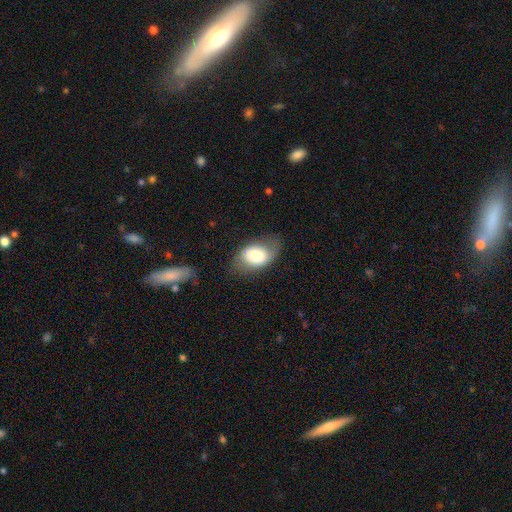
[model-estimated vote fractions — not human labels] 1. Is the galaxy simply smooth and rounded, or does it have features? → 71% smooth, 22% featured or disk, 7% star or artifact.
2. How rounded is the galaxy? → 86% in between, 13% round, 1% cigar-shaped.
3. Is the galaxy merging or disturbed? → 58% none, 28% minor disturbance, 13% major disturbance, 2% merger.